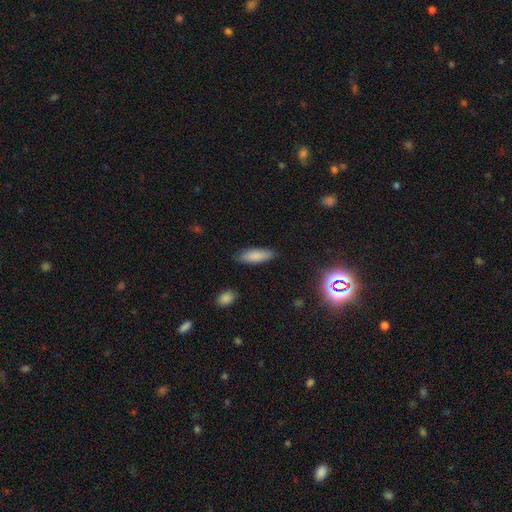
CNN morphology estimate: This is clearly a smooth galaxy (84%). How rounded: possibly in between (59%). Merging: clearly none (85%).